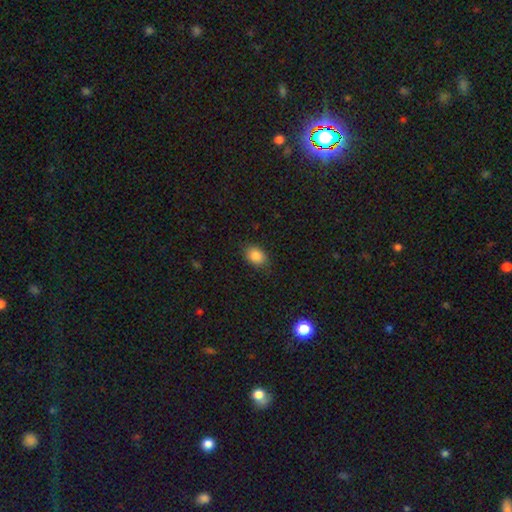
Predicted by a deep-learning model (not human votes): smooth-or-featured: smooth: 84% | star or artifact: 9% | featured or disk: 6%
  how-rounded: in between: 67% | round: 32% | cigar-shaped: 1%
  merging: none: 81% | minor disturbance: 15% | major disturbance: 3% | merger: 1%